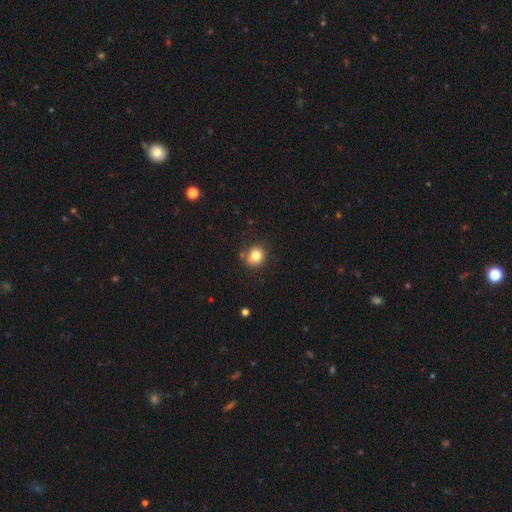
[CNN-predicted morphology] Smooth or featured: smooth — 81% (star or artifact — 11%)
How rounded: round — 79% (in between — 20%)
Merging: none — 76% (minor disturbance — 14%)